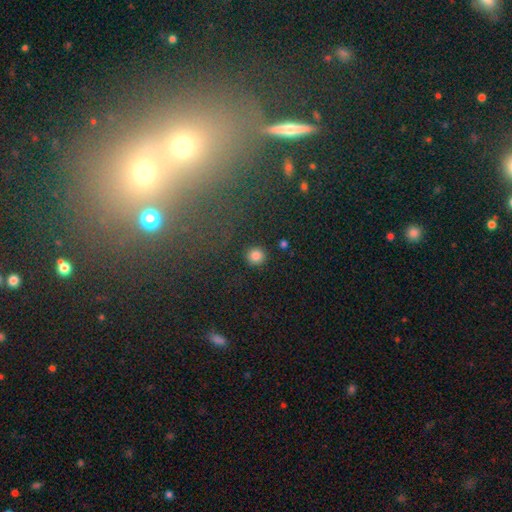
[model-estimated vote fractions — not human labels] smooth-or-featured: smooth: 84% | star or artifact: 12% | featured or disk: 4%
  how-rounded: round: 95% | in between: 4% | cigar-shaped: 1%
  merging: none: 91% | minor disturbance: 5% | major disturbance: 2% | merger: 2%